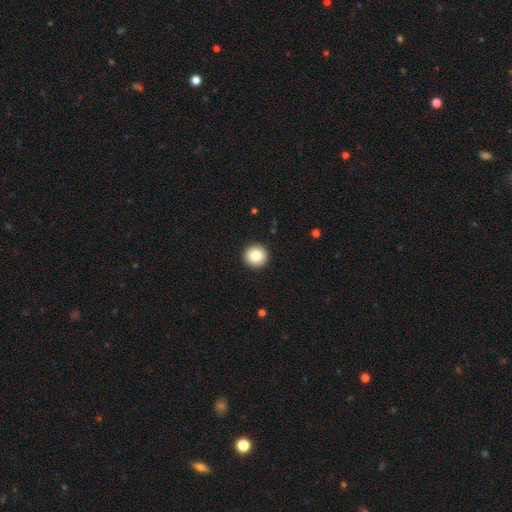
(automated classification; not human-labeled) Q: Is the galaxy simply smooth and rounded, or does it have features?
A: smooth — 85%.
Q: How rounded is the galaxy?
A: round — 96%.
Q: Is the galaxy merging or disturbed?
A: none — 93%.